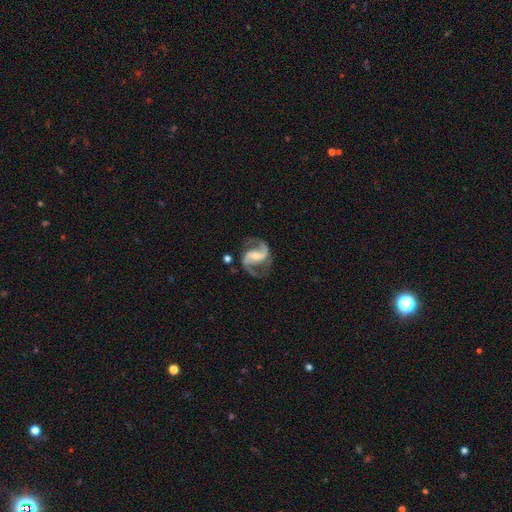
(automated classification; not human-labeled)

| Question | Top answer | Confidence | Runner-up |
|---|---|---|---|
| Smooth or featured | featured or disk | 91% | star or artifact (4%) |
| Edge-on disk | no | 98% | yes (2%) |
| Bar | weak | 41% | strong (38%) |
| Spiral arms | yes | 98% | no (2%) |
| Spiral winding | medium | 53% | loose (36%) |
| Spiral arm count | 2 | 93% | can't tell (2%) |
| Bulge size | small | 49% | moderate (41%) |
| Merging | none | 75% | minor disturbance (14%) |